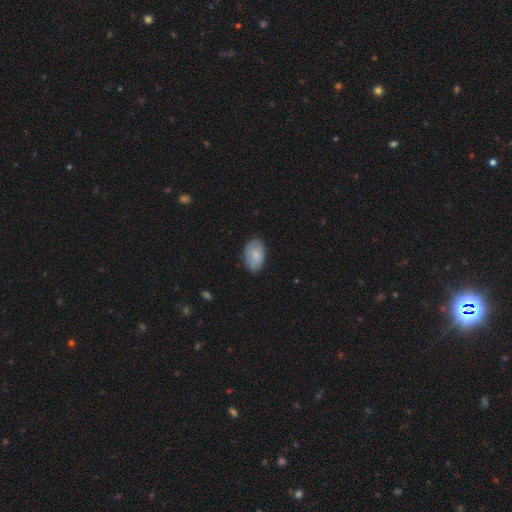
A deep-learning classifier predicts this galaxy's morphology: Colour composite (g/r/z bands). It shows a smooth galaxy with no disk features (81%) that is in between round and cigar-shaped (91%). Merging: none (78%).